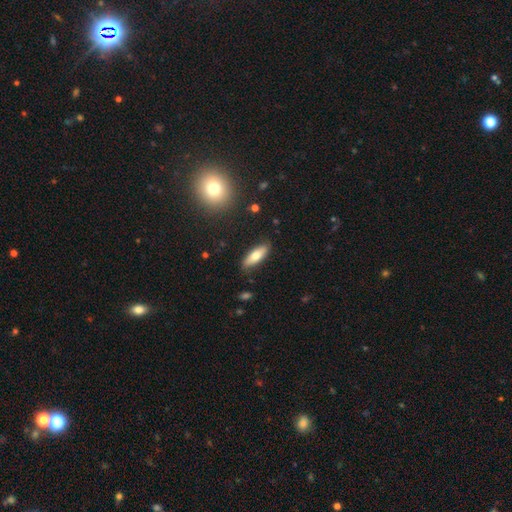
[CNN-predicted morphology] A smooth galaxy with no disk features (72%) that is in between round and cigar-shaped (61%). Merging: none (86%).